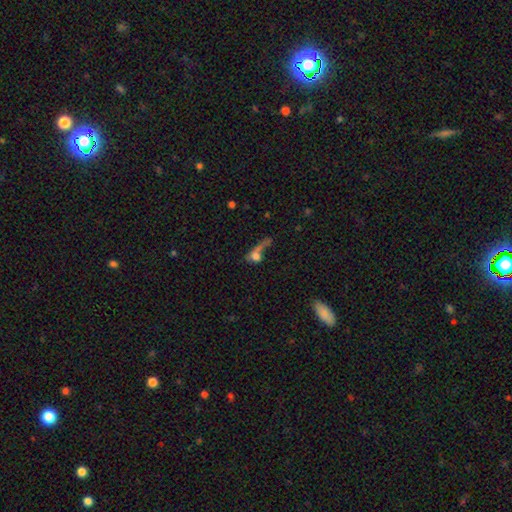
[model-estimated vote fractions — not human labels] Smooth or featured? Predicted: smooth (p=0.56). How rounded? Predicted: round (p=0.40). Merging? Predicted: major disturbance (p=0.40).